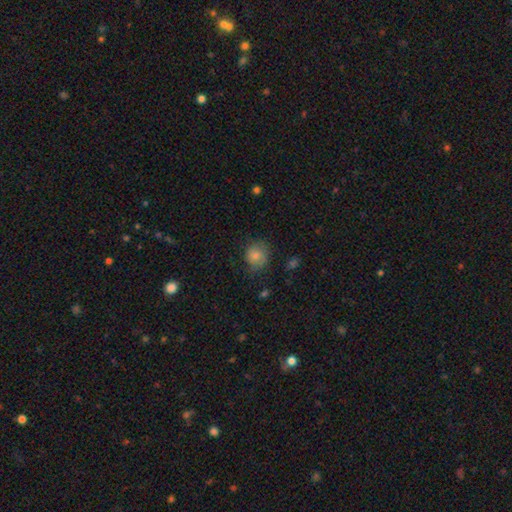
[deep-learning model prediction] This is clearly a smooth galaxy (80%). How rounded: clearly round (81%). Merging: likely none (71%).